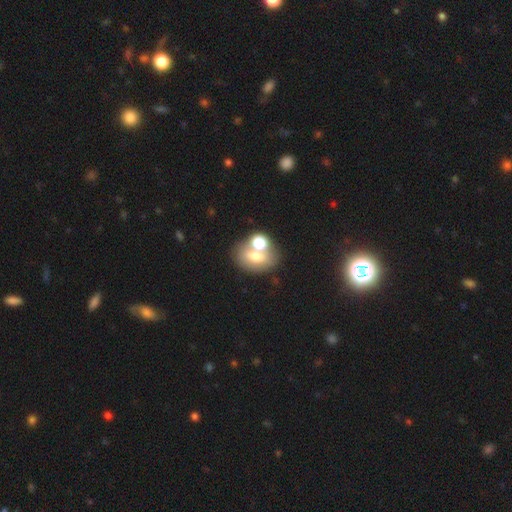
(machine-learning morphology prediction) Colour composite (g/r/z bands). It shows a smooth galaxy with no disk features (64%) that is in between round and cigar-shaped (64%). Merging: merger (49%).